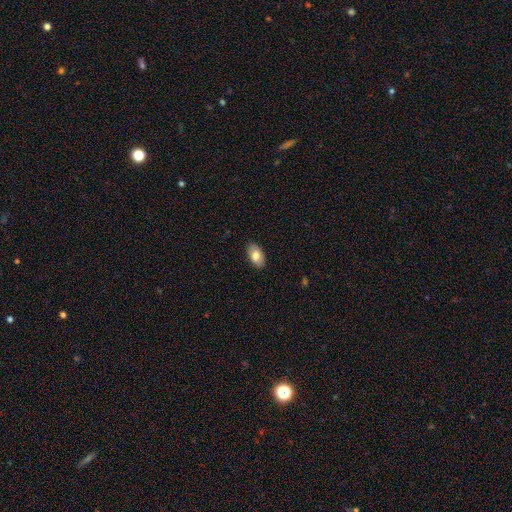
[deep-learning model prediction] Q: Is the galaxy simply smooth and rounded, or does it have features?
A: smooth — 77%.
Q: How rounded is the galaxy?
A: in between — 94%.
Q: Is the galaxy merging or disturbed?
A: none — 88%.